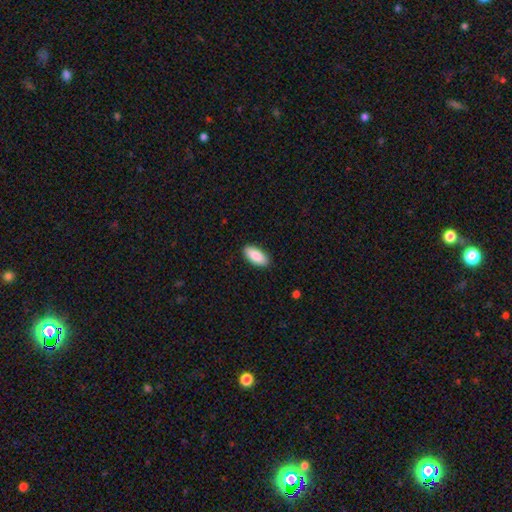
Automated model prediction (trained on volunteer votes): Smooth or featured? smooth (89%)
How rounded? in between (88%)
Merging? none (90%)